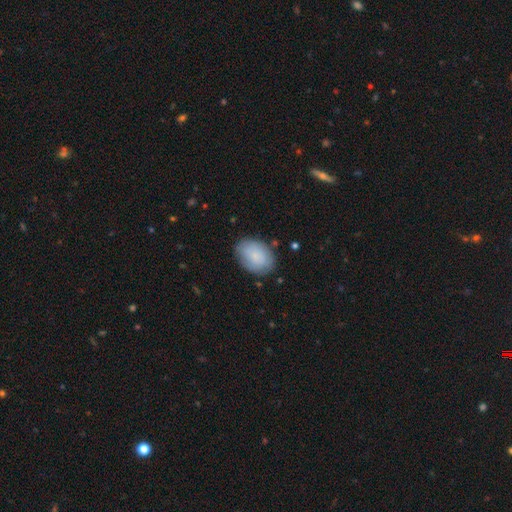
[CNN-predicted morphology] This appears to be a smooth galaxy with no disk features (81%) that is in between round and cigar-shaped (83%). Merging: none (79%).